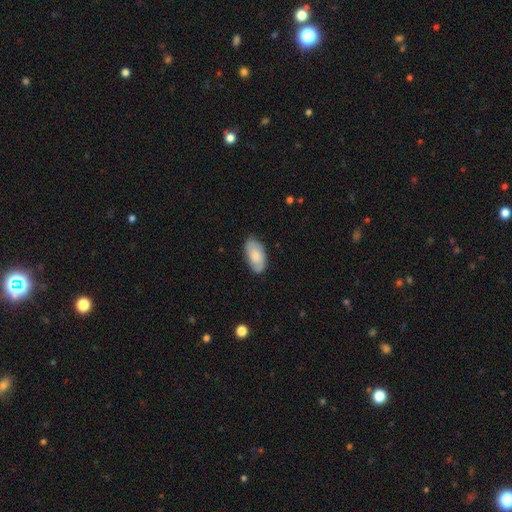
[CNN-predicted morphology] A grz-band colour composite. It shows a smooth galaxy with no disk features (66%) that is in between round and cigar-shaped (94%). Merging: none (79%).